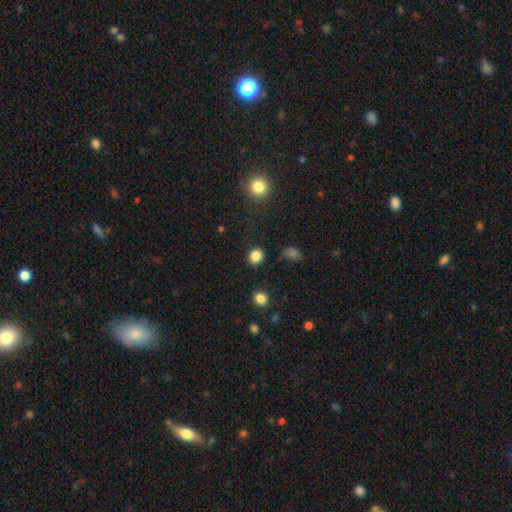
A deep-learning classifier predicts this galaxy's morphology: The model was most divided on "how rounded": round: 82%, in between: 17%, cigar-shaped: 1%. More confident: merging — none (87%); smooth or featured — smooth (85%).